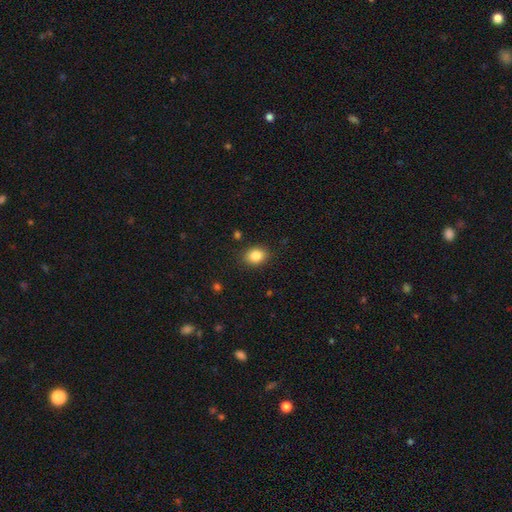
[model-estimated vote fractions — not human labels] This appears to be a smooth galaxy with no disk features (86%) that is in between round and cigar-shaped (56%). Merging: none (87%).